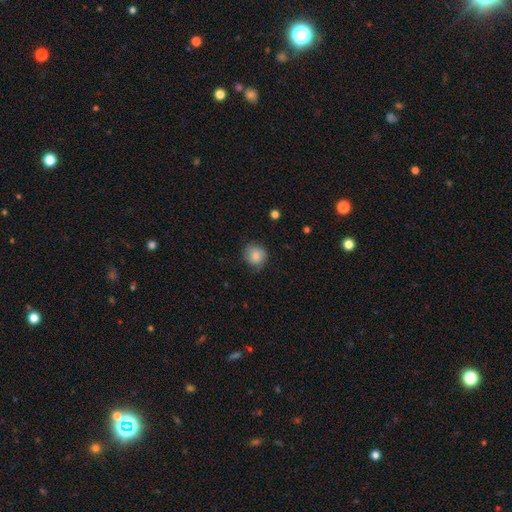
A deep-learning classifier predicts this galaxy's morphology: smooth-or-featured: smooth: 83% | featured or disk: 8% | star or artifact: 8%
  how-rounded: round: 83% | in between: 16% | cigar-shaped: 1%
  merging: none: 74% | minor disturbance: 21% | major disturbance: 4% | merger: 1%